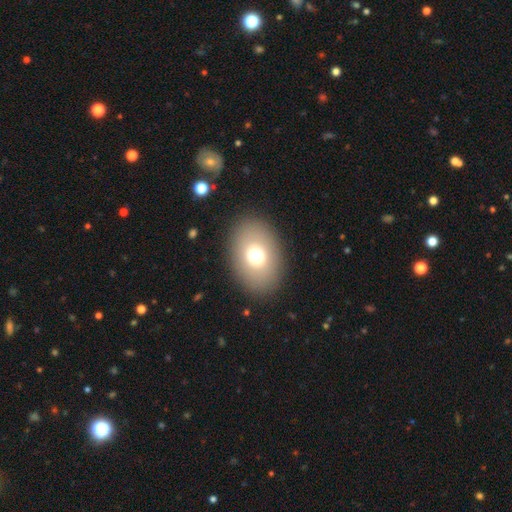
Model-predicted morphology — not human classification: A smooth galaxy with no disk features (70%) that is in between round and cigar-shaped (76%).

Vote fractions:
- Smooth or featured? smooth: 70% / featured or disk: 18% / star or artifact: 11%
- How rounded? in between: 76% / round: 23% / cigar-shaped: 1%
- Merging? none: 88% / minor disturbance: 7% / major disturbance: 4% / merger: 1%